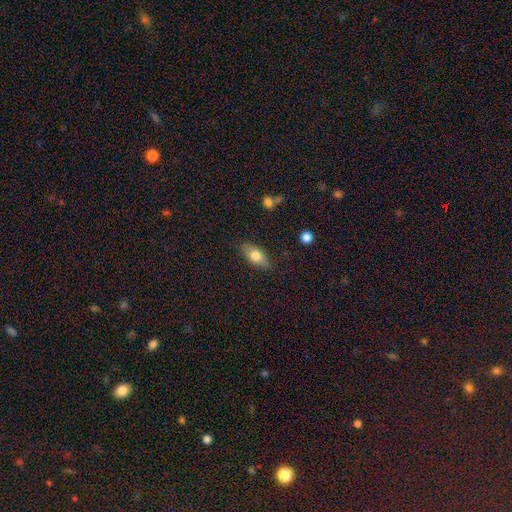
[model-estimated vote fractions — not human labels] Smooth or featured?
  - smooth: 75% *
  - featured or disk: 18%
  - star or artifact: 8%
How rounded?
  - in between: 85% *
  - cigar-shaped: 9%
  - round: 6%
Merging?
  - none: 80% *
  - minor disturbance: 15%
  - major disturbance: 4%
  - merger: 2%